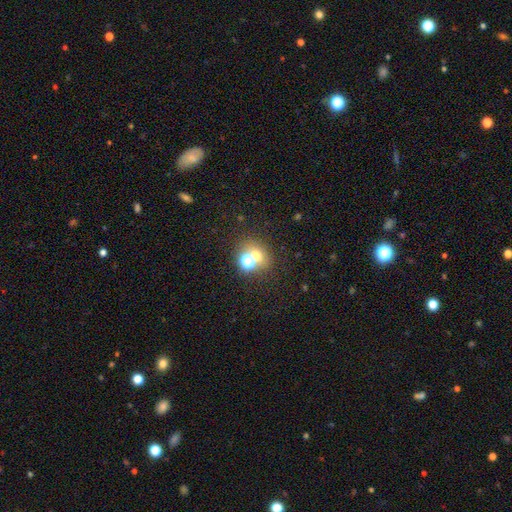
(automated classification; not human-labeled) The model was most divided on "merging": none: 52%, merger: 35%, minor disturbance: 8%, major disturbance: 5%. More confident: how rounded — round (71%); smooth or featured — smooth (57%).